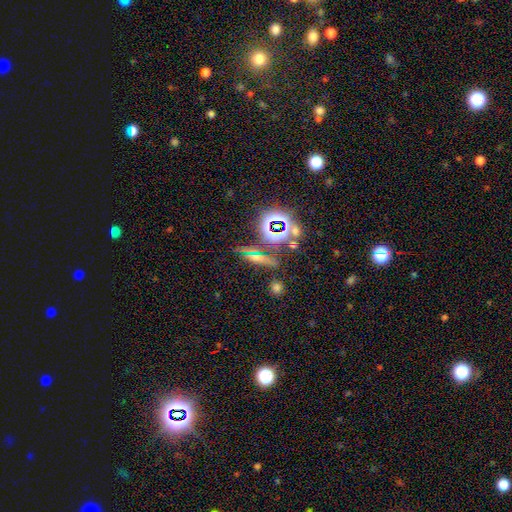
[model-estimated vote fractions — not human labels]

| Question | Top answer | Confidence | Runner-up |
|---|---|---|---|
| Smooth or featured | star or artifact | 40% | smooth (36%) |